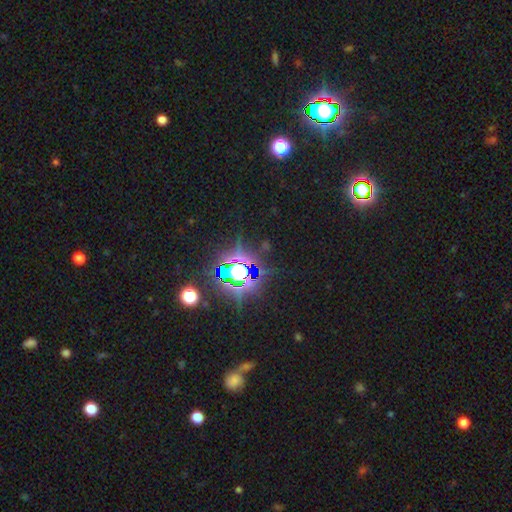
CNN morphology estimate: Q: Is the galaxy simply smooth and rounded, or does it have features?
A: star or artifact — 83%.